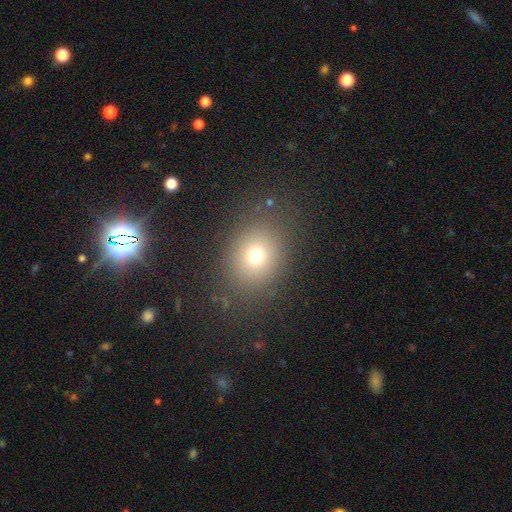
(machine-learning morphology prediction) Overall: smooth (72%). How rounded: round (57%; in between 42%). Merging: none (84%).